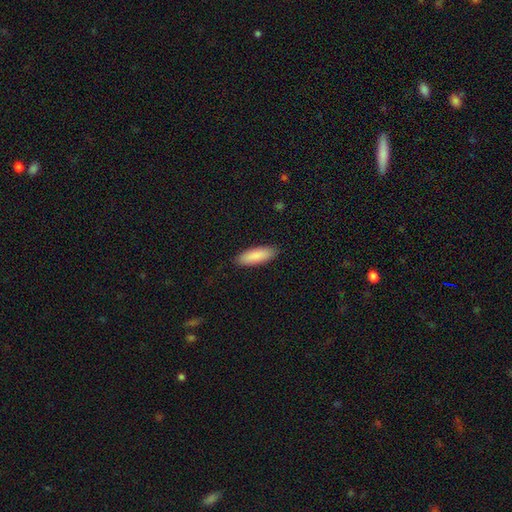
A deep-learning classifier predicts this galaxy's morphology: smooth_or_featured: smooth (p=0.90) [alt: star or artifact p=0.05]
how_rounded: in between (p=0.61) [alt: cigar-shaped p=0.38]
merging: none (p=0.89) [alt: minor disturbance p=0.08]